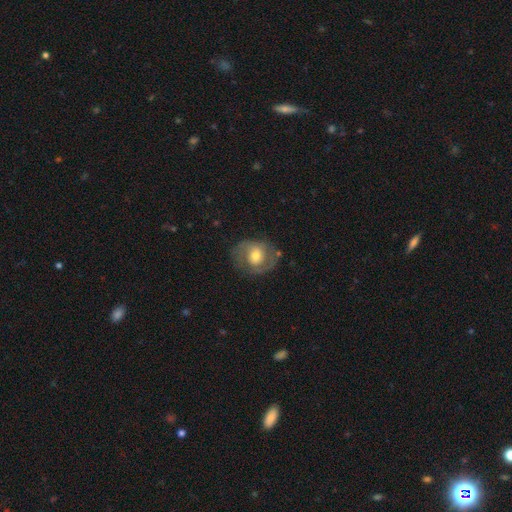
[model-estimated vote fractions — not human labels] Smooth or featured? featured or disk (63%)
Edge-on disk? no (97%)
Bar? no (57%)
Spiral arms? yes (75%)
Bulge size? moderate (65%)
Merging? none (69%)